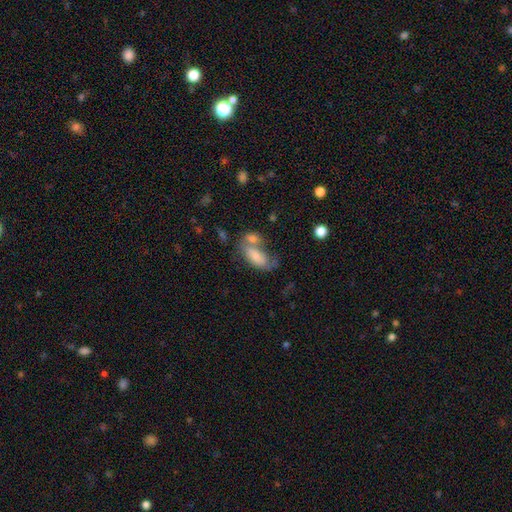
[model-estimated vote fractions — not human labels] smooth-or-featured: smooth: 72% | featured or disk: 21% | star or artifact: 7%
  how-rounded: in between: 89% | cigar-shaped: 7% | round: 4%
  merging: merger: 50% | none: 25% | minor disturbance: 14% | major disturbance: 11%